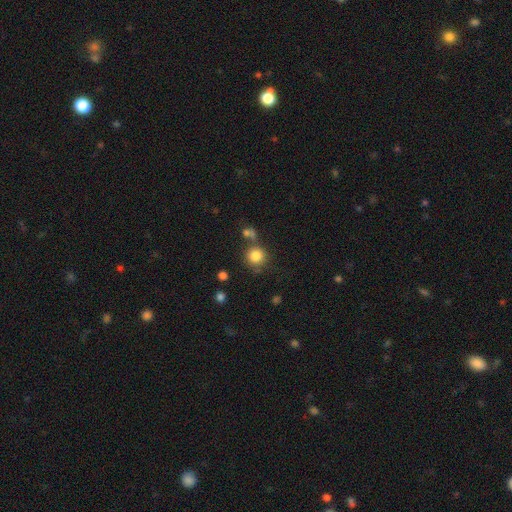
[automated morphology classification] A smooth galaxy with no disk features (83%) that is round (92%).

Vote fractions:
- Smooth or featured? smooth: 83% / star or artifact: 11% / featured or disk: 6%
- How rounded? round: 92% / in between: 7% / cigar-shaped: 1%
- Merging? none: 70% / merger: 15% / minor disturbance: 10% / major disturbance: 5%